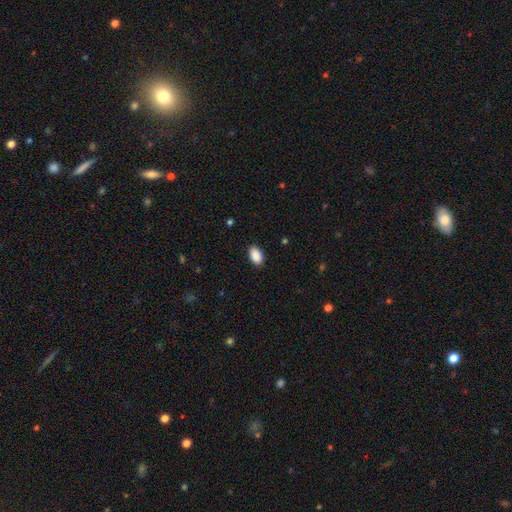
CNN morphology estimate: smooth_or_featured: smooth (p=0.90) [alt: star or artifact p=0.07]
how_rounded: in between (p=0.93) [alt: round p=0.05]
merging: none (p=0.88) [alt: minor disturbance p=0.09]